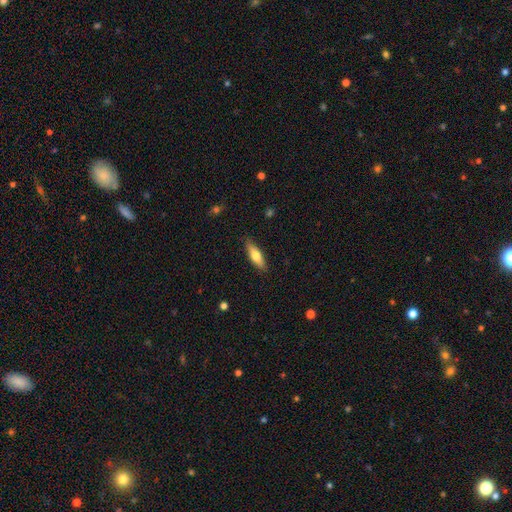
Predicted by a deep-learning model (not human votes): Overall: smooth (67%). How rounded: cigar-shaped (49%; in between 48%). Merging: none (86%).